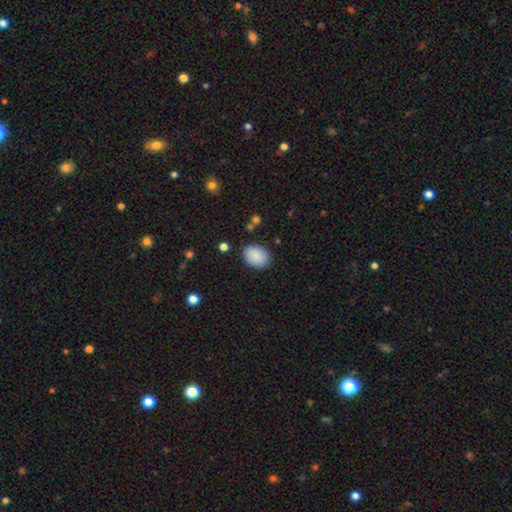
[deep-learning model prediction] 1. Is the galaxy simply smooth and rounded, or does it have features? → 88% smooth, 7% star or artifact, 4% featured or disk.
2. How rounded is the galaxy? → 72% in between, 27% round, 1% cigar-shaped.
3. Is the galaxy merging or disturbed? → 85% none, 10% minor disturbance, 3% major disturbance, 2% merger.